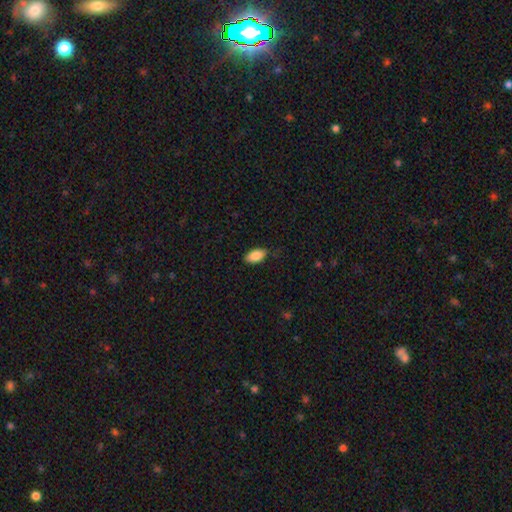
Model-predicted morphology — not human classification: Smooth or featured? Predicted: smooth (p=0.86). How rounded? Predicted: in between (p=0.93). Merging? Predicted: none (p=0.80).